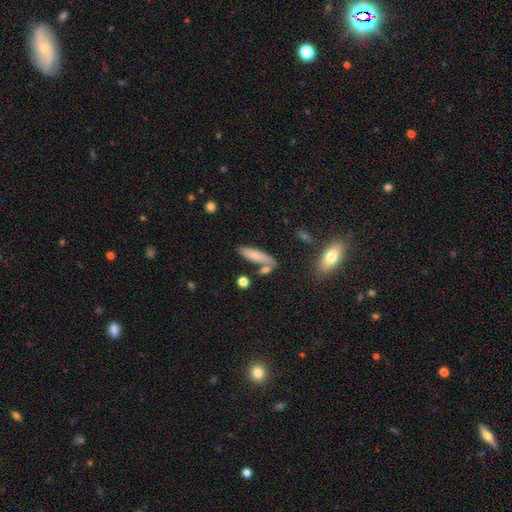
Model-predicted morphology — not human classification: Smooth or featured? smooth (75%)
How rounded? cigar-shaped (62%)
Merging? none (63%)